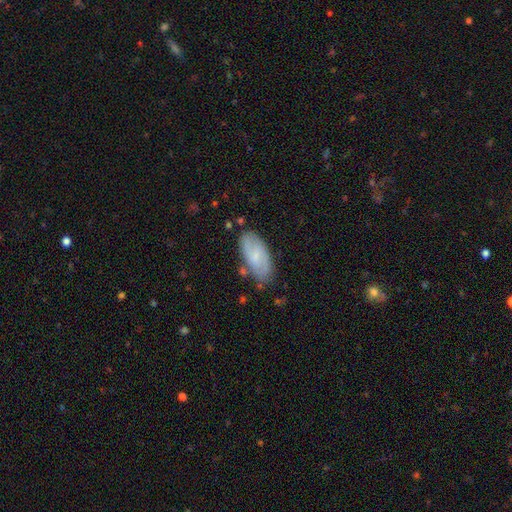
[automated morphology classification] Q: Smooth or featured?
A: featured or disk (51%); runner-up: smooth (42%)
Q: Edge-on disk?
A: no (92%); runner-up: yes (8%)
Q: Merging?
A: none (73%); runner-up: minor disturbance (19%)